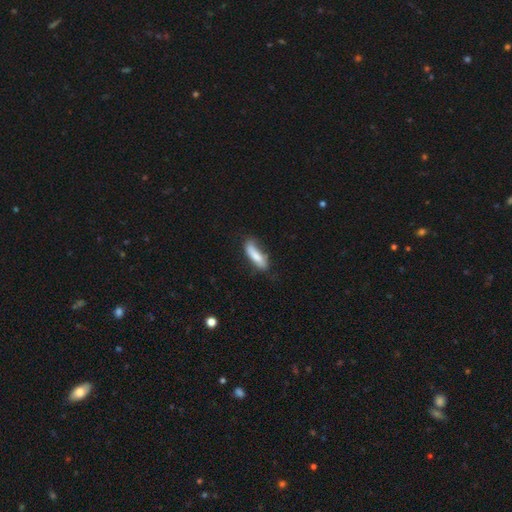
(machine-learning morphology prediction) Smooth or featured?
  - smooth: 75% *
  - featured or disk: 19%
  - star or artifact: 6%
How rounded?
  - cigar-shaped: 55% *
  - in between: 43%
  - round: 2%
Merging?
  - none: 56% *
  - minor disturbance: 30%
  - major disturbance: 11%
  - merger: 3%